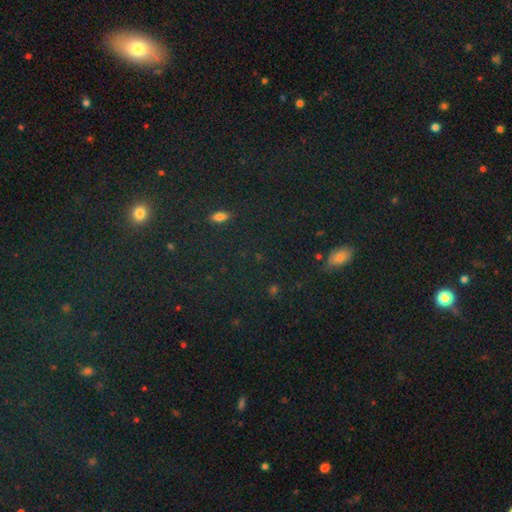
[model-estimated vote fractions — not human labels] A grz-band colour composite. It shows a star or artifact, not a galaxy (57%).